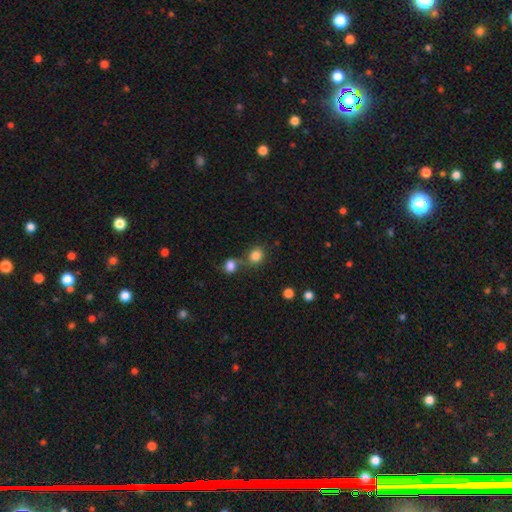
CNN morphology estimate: Smooth or featured?
  - smooth: 84% *
  - star or artifact: 11%
  - featured or disk: 6%
How rounded?
  - round: 73% *
  - in between: 26%
  - cigar-shaped: 1%
Merging?
  - none: 58% *
  - merger: 27%
  - minor disturbance: 11%
  - major disturbance: 4%